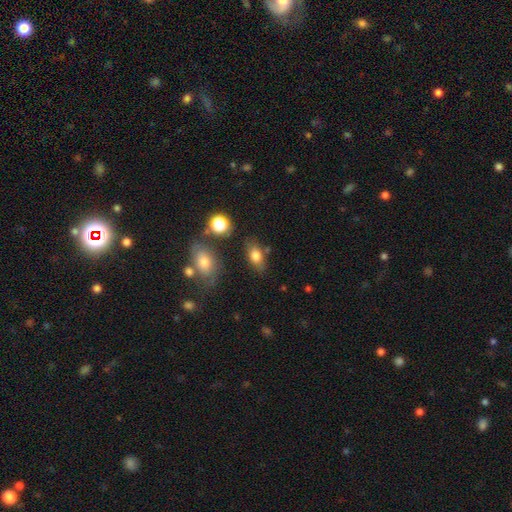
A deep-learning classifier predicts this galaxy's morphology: This is likely a smooth galaxy (78%). How rounded: clearly in between (85%). Merging: likely none (72%).